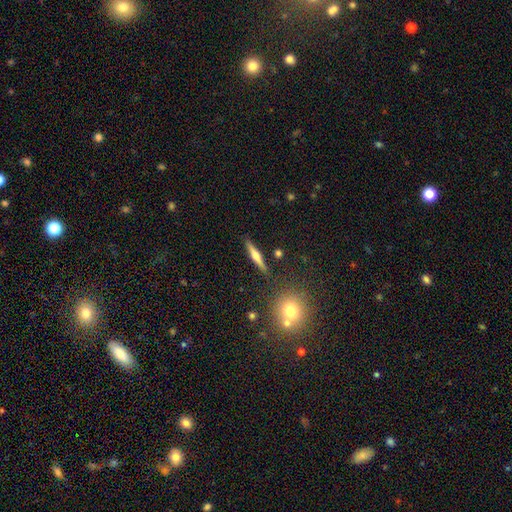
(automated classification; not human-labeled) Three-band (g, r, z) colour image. It shows a featured or disk galaxy (58%) viewed edge-on (96%) with a rounded central bulge (88%). Merging: none (87%).